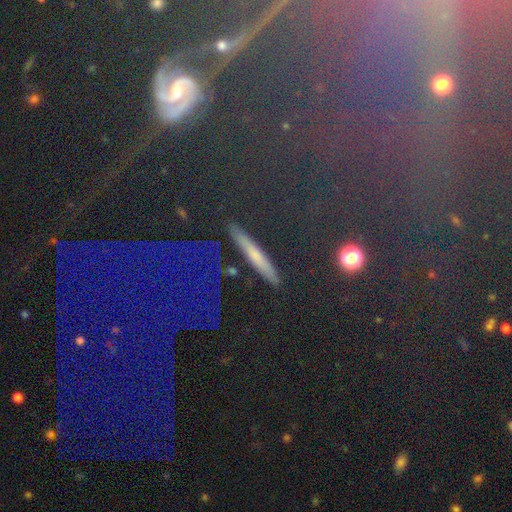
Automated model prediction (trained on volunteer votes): This is marginally a smooth galaxy (39%). Merging: clearly none (88%).